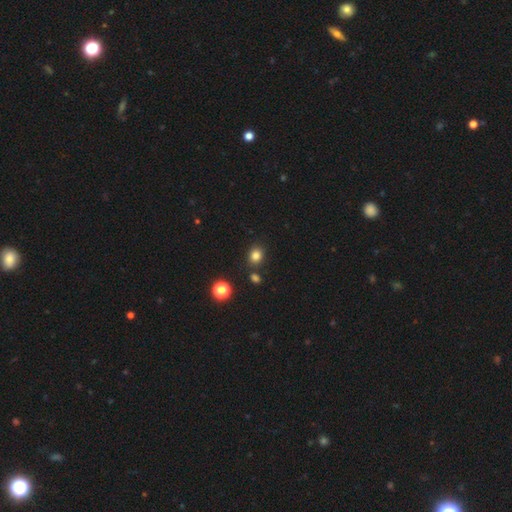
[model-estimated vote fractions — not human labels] Smooth or featured: smooth — 82% (star or artifact — 13%)
How rounded: round — 58% (in between — 41%)
Merging: none — 80% (minor disturbance — 10%)